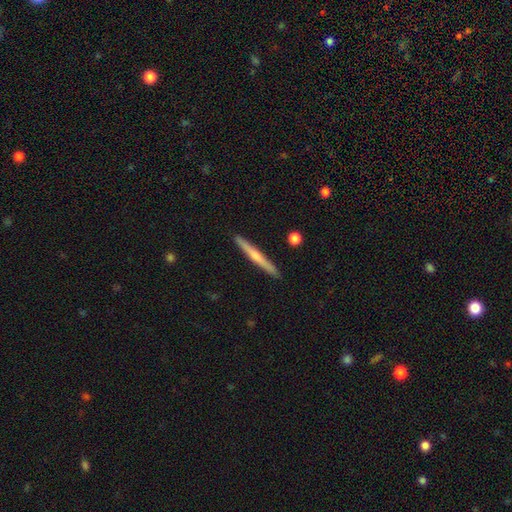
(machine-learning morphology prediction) A featured or disk galaxy (52%) viewed edge-on (97%) with a rounded central bulge (56%).

Vote fractions:
- Smooth or featured? featured or disk: 52% / smooth: 43% / star or artifact: 5%
- Edge-on disk? yes: 97% / no: 3%
- Edge-on bulge? rounded: 56% / none: 38% / boxy: 6%
- Merging? none: 92% / minor disturbance: 6% / merger: 1% / major disturbance: 1%